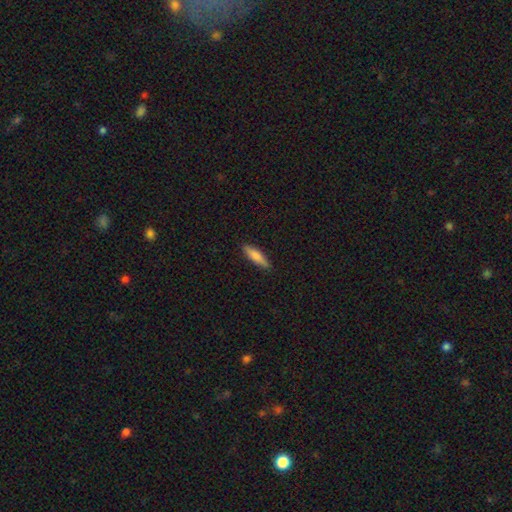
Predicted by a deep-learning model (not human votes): Morphology: type=smooth (74%); roundness=cigar-shaped (66%); merging=none (88%).